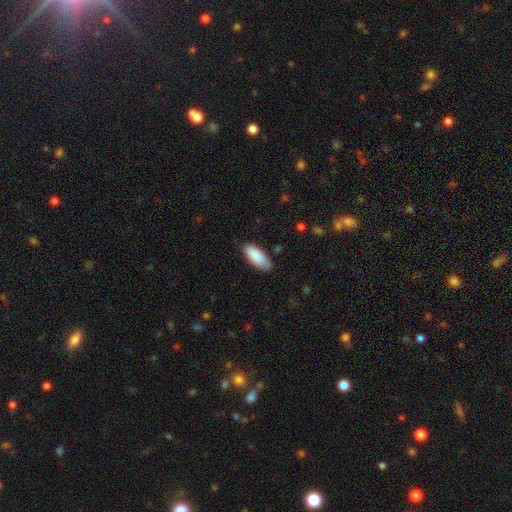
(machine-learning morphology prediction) smooth-or-featured: smooth: 89% | star or artifact: 6% | featured or disk: 6%
  how-rounded: in between: 85% | cigar-shaped: 13% | round: 1%
  merging: none: 79% | minor disturbance: 17% | major disturbance: 3% | merger: 1%